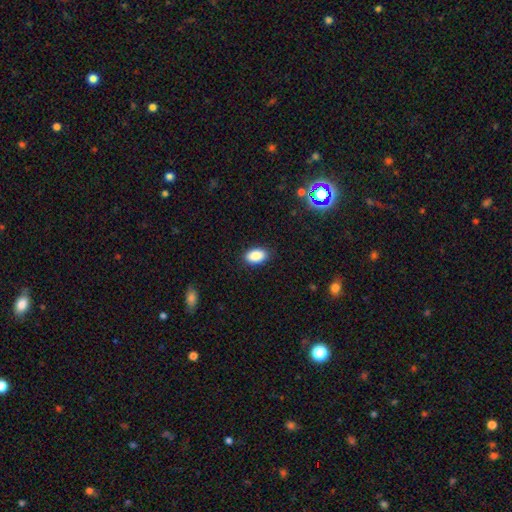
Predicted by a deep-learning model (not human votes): The model was most divided on "merging": none: 88%, minor disturbance: 9%, major disturbance: 2%, merger: 1%. More confident: how rounded — in between (92%); smooth or featured — smooth (88%).